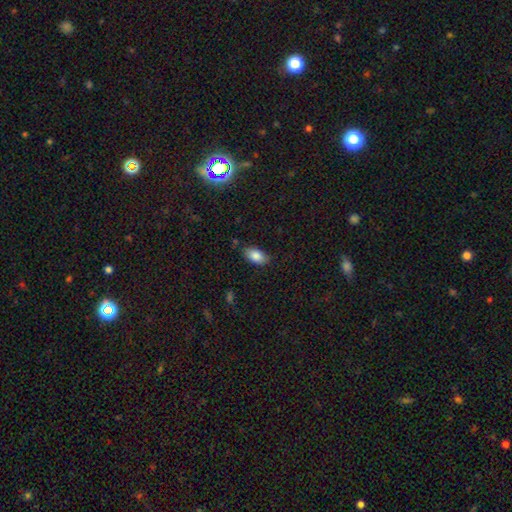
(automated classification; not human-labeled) Q: Smooth or featured?
A: smooth (85%); runner-up: featured or disk (7%)
Q: How rounded?
A: in between (93%); runner-up: round (4%)
Q: Merging?
A: none (81%); runner-up: minor disturbance (14%)